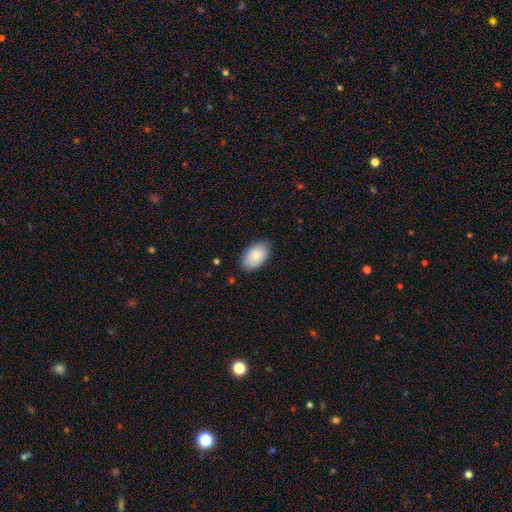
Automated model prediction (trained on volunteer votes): Smooth or featured? Predicted: smooth (p=0.84). How rounded? Predicted: in between (p=0.93). Merging? Predicted: none (p=0.85).